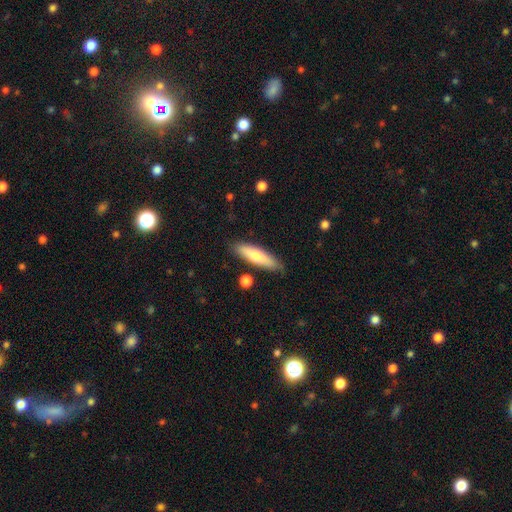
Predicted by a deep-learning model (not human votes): This appears to be a smooth galaxy with no disk features (72%) that is cigar-shaped (72%). Merging: none (84%).